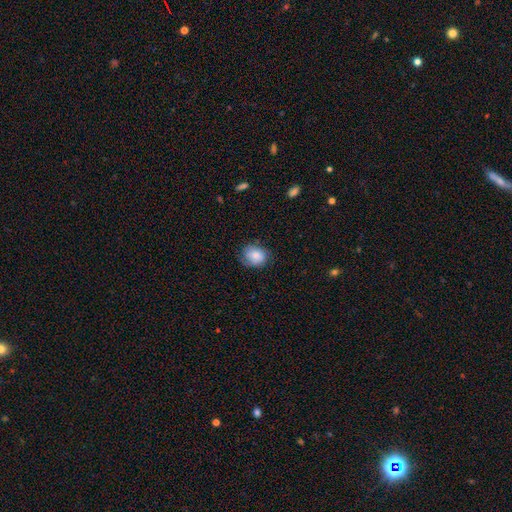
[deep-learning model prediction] Smooth or featured?
  - smooth: 77% *
  - featured or disk: 15%
  - star or artifact: 8%
How rounded?
  - round: 56% *
  - in between: 43%
  - cigar-shaped: 1%
Merging?
  - none: 68% *
  - minor disturbance: 24%
  - major disturbance: 7%
  - merger: 1%